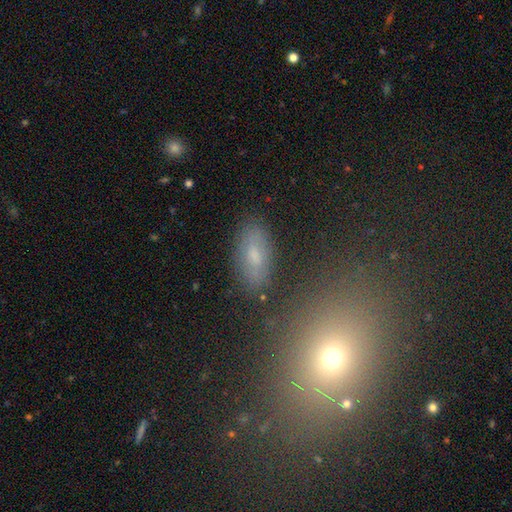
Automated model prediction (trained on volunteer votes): A smooth galaxy with no disk features (56%) that is in between round and cigar-shaped (86%).

Vote fractions:
- Smooth or featured? smooth: 56% / featured or disk: 22% / star or artifact: 21%
- How rounded? in between: 86% / round: 8% / cigar-shaped: 6%
- Merging? none: 83% / minor disturbance: 10% / major disturbance: 4% / merger: 3%